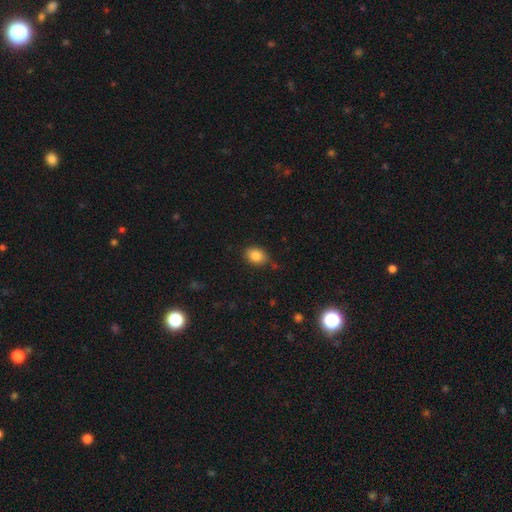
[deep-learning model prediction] Overall: smooth (84%). How rounded: in between (71%). Merging: none (82%).